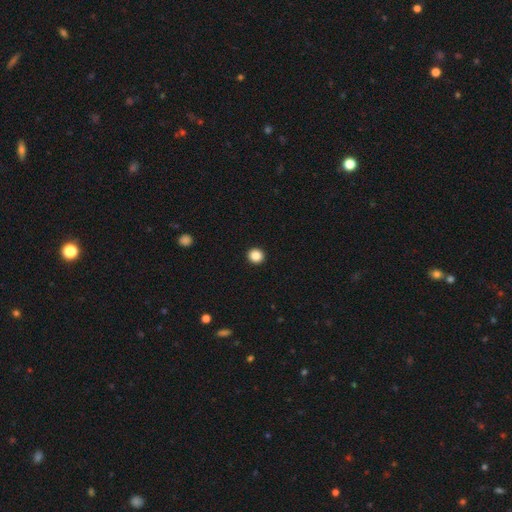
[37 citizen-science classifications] Smooth or featured?
  - smooth: 92% *
  - star or artifact: 5%
  - featured or disk: 3%
How rounded?
  - round: 91% *
  - in between: 9%
  - cigar-shaped: 0%
Merging?
  - none: 97% *
  - major disturbance: 3%
  - minor disturbance: 0%
  - merger: 0%